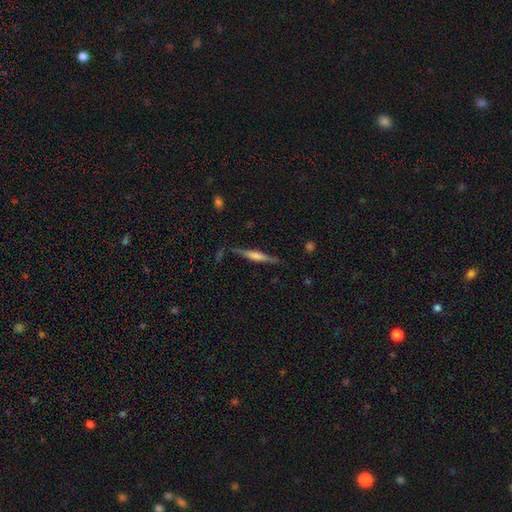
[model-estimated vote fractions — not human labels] Smooth or featured? Predicted: featured or disk (p=0.64). Edge-on disk? Predicted: yes (p=0.97). Edge-on bulge? Predicted: rounded (p=0.48). Merging? Predicted: none (p=0.84).